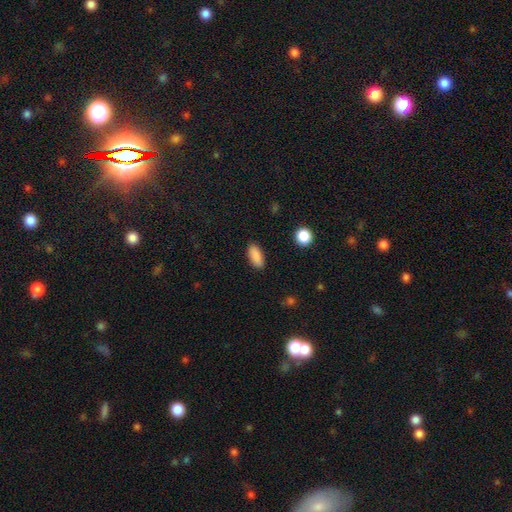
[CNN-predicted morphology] smooth 89%, star or artifact 8%, featured or disk 3%. Down the decision tree: how rounded — in between (83%); merging — none (89%).